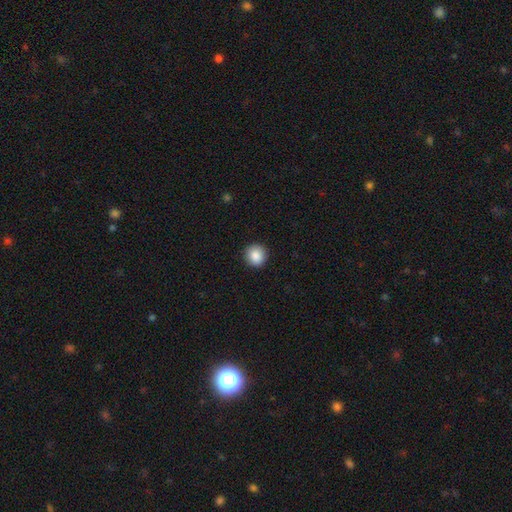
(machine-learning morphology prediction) smooth_or_featured: smooth (p=0.87) [alt: star or artifact p=0.08]
how_rounded: round (p=0.93) [alt: in between p=0.06]
merging: none (p=0.91) [alt: minor disturbance p=0.06]